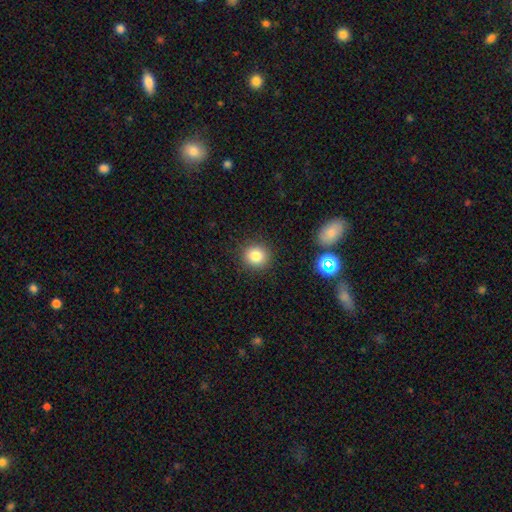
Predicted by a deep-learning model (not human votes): Smooth or featured? smooth (82%)
How rounded? round (89%)
Merging? none (90%)